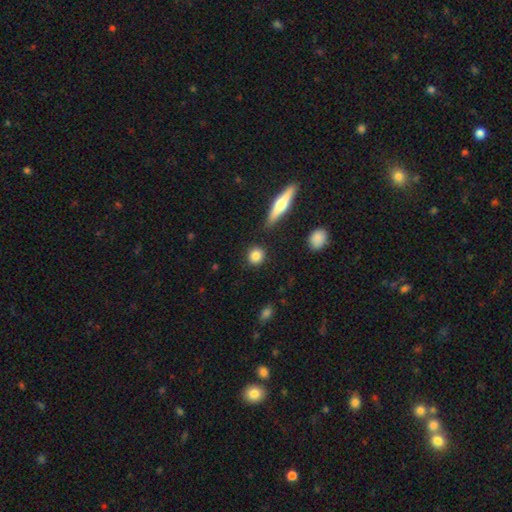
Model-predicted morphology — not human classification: Overall: smooth (84%). How rounded: round (86%). Merging: none (88%).